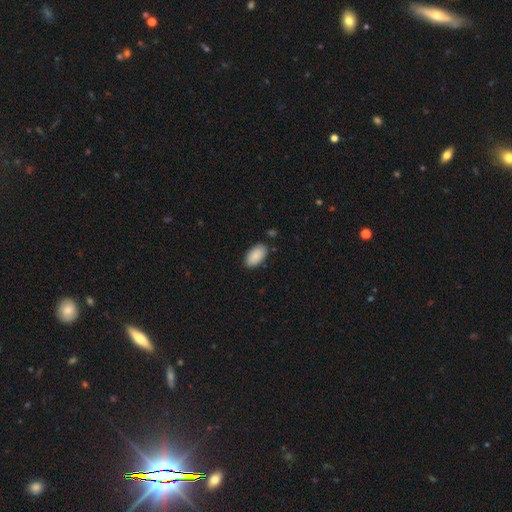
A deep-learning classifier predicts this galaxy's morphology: Overall: smooth (89%). How rounded: in between (95%). Merging: none (84%).